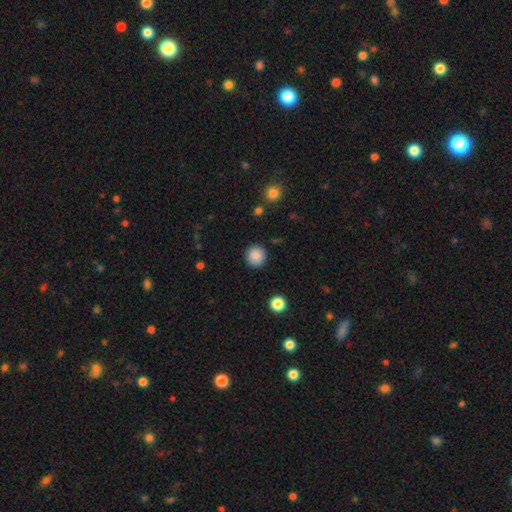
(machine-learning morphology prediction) Smooth or featured: smooth — 87% (star or artifact — 9%)
How rounded: round — 93% (in between — 6%)
Merging: none — 90% (minor disturbance — 6%)